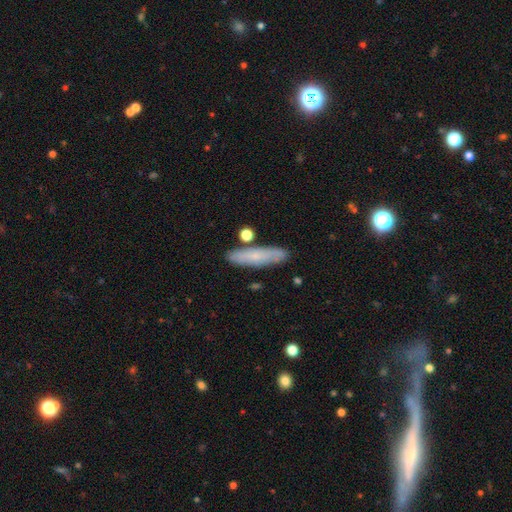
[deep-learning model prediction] Overall: smooth (68%). How rounded: cigar-shaped (78%). Merging: none (82%).